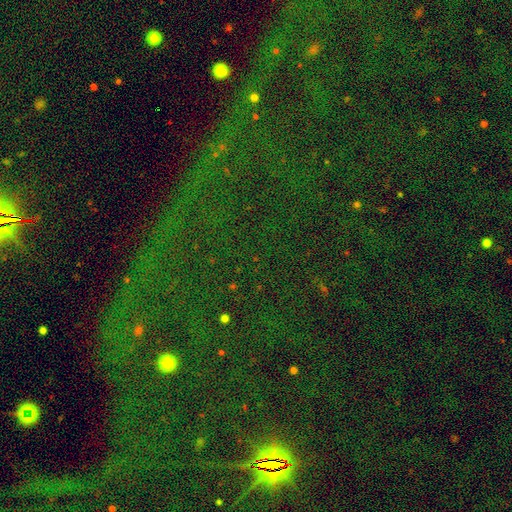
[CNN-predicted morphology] type=star or artifact (82%).